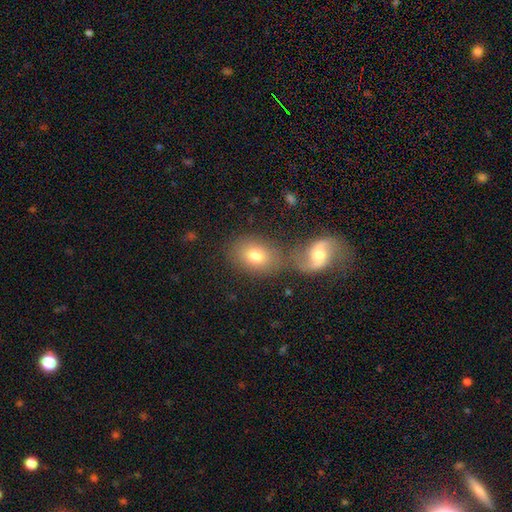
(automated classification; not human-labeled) smooth-or-featured: smooth: 73% | featured or disk: 18% | star or artifact: 9%
  how-rounded: in between: 67% | round: 32% | cigar-shaped: 1%
  merging: none: 53% | merger: 31% | minor disturbance: 11% | major disturbance: 5%